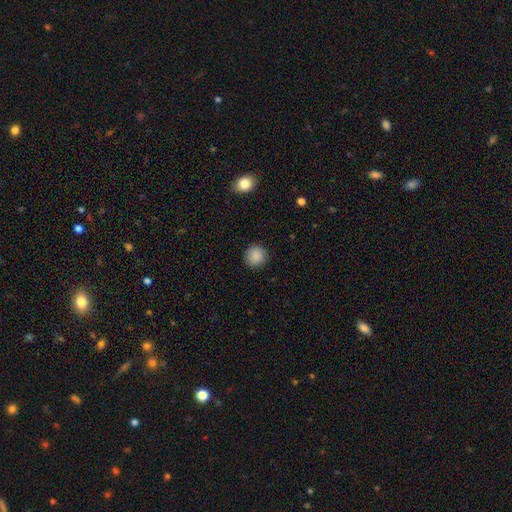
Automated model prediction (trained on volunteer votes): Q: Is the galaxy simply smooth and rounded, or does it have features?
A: smooth — 88%.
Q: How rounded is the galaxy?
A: round — 93%.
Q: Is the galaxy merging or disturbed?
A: none — 91%.